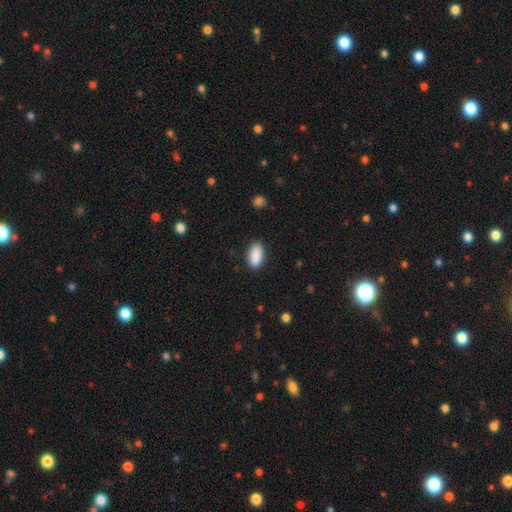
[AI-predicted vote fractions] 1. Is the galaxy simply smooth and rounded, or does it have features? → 90% smooth, 7% star or artifact, 3% featured or disk.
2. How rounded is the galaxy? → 91% in between, 6% cigar-shaped, 3% round.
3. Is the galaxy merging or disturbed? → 88% none, 9% minor disturbance, 2% major disturbance, 1% merger.